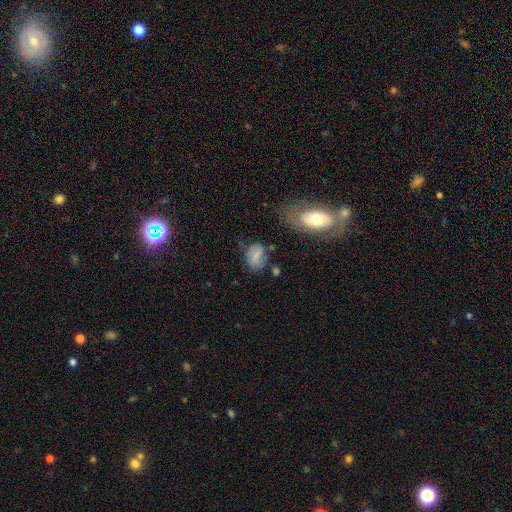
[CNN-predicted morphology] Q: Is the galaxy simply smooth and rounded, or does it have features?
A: smooth — 68%.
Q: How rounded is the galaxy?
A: in between — 71%.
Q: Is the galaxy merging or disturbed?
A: none — 59%.